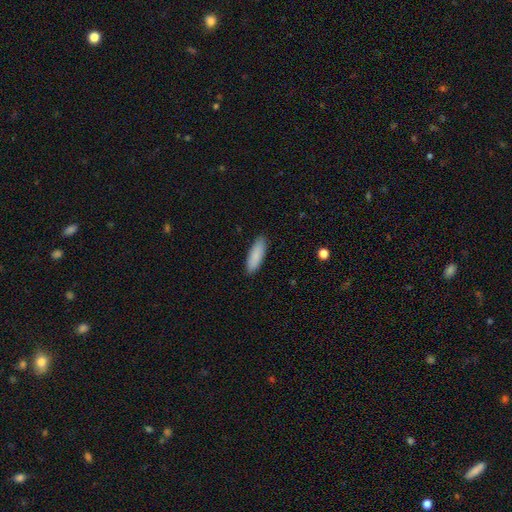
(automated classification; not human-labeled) smooth 88%, featured or disk 6%, star or artifact 6%. Down the decision tree: how rounded — in between (58%); merging — none (89%).